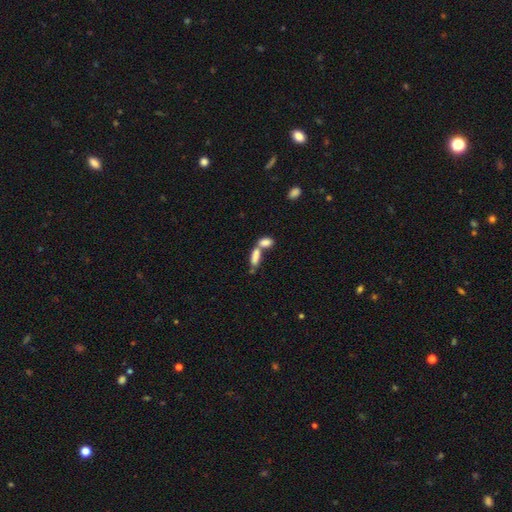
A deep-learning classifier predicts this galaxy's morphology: A smooth galaxy with no disk features (79%) that is in between round and cigar-shaped (75%). Merging: merger (64%).